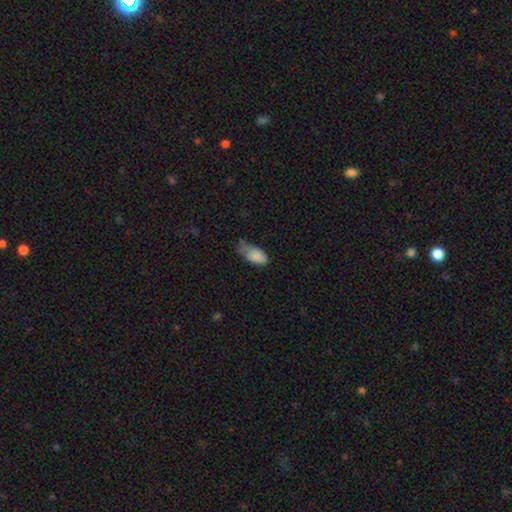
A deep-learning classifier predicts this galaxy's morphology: A smooth galaxy with no disk features (84%) that is in between round and cigar-shaped (92%). Merging: minor disturbance (44%).